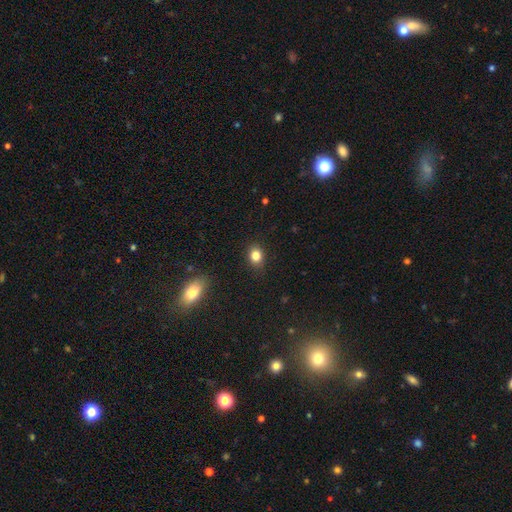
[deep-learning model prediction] Smooth or featured?
  - smooth: 83% *
  - star or artifact: 11%
  - featured or disk: 6%
How rounded?
  - in between: 51% *
  - round: 48%
  - cigar-shaped: 1%
Merging?
  - none: 87% *
  - minor disturbance: 10%
  - major disturbance: 2%
  - merger: 1%